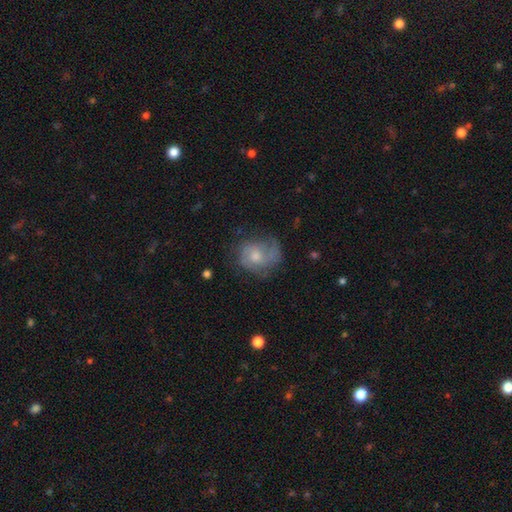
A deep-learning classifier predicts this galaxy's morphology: Smooth or featured: featured or disk — 57% (smooth — 32%)
Edge-on disk: no — 97% (yes — 3%)
Bar: no — 75% (weak — 22%)
Spiral arms: yes — 80% (no — 20%)
Bulge size: moderate — 56% (small — 33%)
Merging: none — 58% (minor disturbance — 24%)